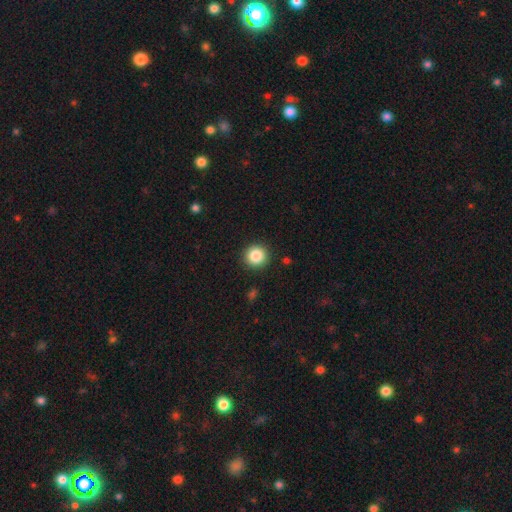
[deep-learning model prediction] smooth_or_featured: smooth (p=0.86) [alt: star or artifact p=0.09]
how_rounded: round (p=0.94) [alt: in between p=0.05]
merging: none (p=0.91) [alt: minor disturbance p=0.06]